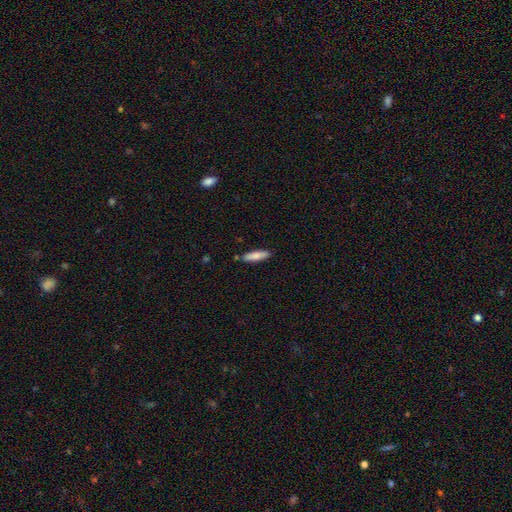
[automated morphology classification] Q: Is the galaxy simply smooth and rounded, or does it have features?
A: smooth — 79%.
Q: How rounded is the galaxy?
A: cigar-shaped — 68%.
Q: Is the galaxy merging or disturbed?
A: none — 85%.